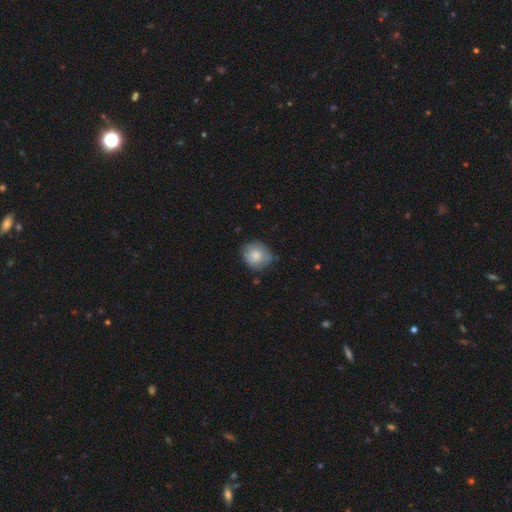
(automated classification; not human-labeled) Q: Smooth or featured?
A: smooth (77%); runner-up: featured or disk (16%)
Q: How rounded?
A: round (79%); runner-up: in between (20%)
Q: Merging?
A: none (68%); runner-up: minor disturbance (25%)